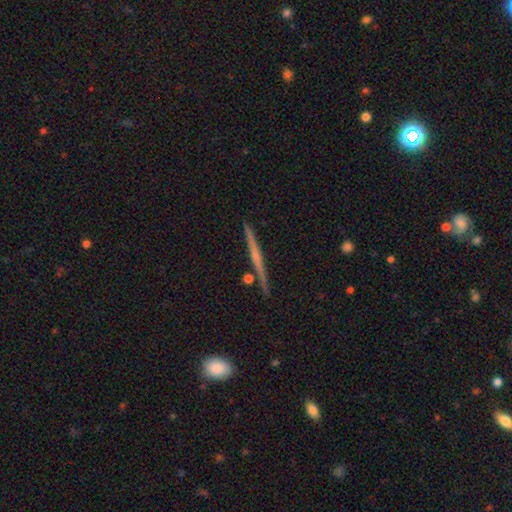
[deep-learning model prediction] This appears to be a featured or disk galaxy (66%) viewed edge-on (98%) with no central bulge (62%). Merging: none (90%).